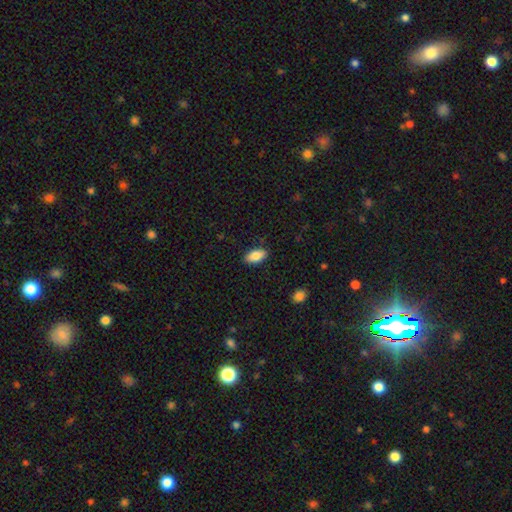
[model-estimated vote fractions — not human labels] This appears to be a smooth galaxy with no disk features (86%) that is in between round and cigar-shaped (91%). Merging: none (87%).